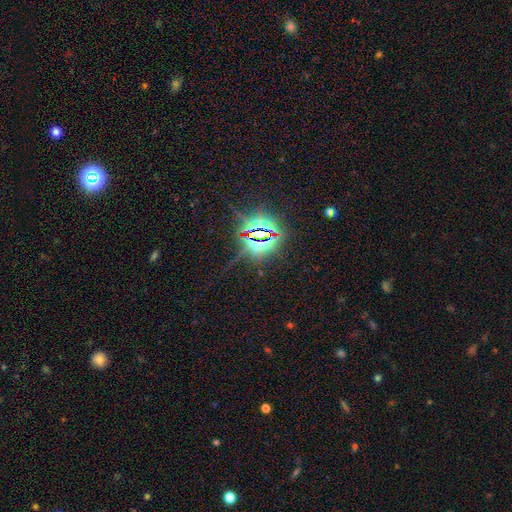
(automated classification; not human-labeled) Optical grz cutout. It shows a star or artifact, not a galaxy (83%).